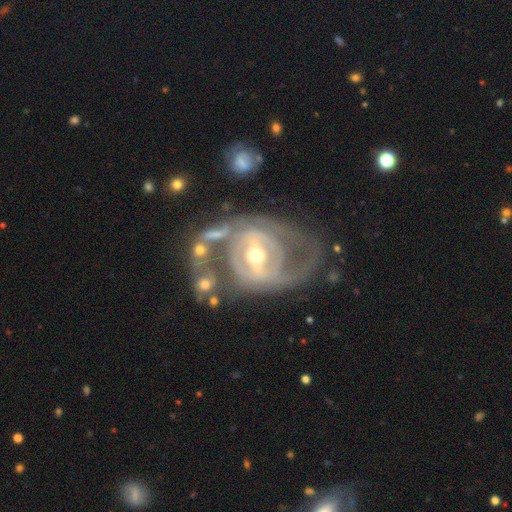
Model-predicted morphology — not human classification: smooth-or-featured: featured or disk: 84% | smooth: 11% | star or artifact: 5%
  disk-edge-on: no: 96% | yes: 4%
    bar: strong: 43% | weak: 37% | no: 20%
    has-spiral-arms: yes: 71% | no: 29%
      spiral-winding: tight: 52% | medium: 33% | loose: 15%
      spiral-arm-count: 2: 44% | can't tell: 31% | 1: 9% | 3: 9% | 4: 3% | more than 4: 3%
    bulge-size: moderate: 55% | small: 39% | large: 3% | none: 1% | dominant: 1%
  merging: none: 38% | major disturbance: 23% | merger: 21% | minor disturbance: 18%